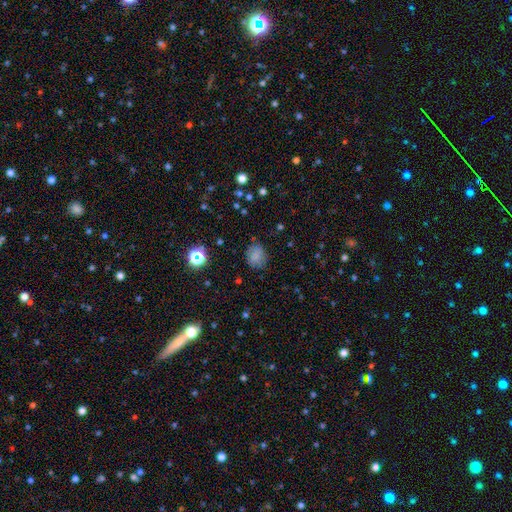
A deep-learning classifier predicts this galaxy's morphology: smooth-or-featured: smooth: 76% | star or artifact: 15% | featured or disk: 9%
  how-rounded: round: 66% | in between: 33% | cigar-shaped: 1%
  merging: none: 75% | minor disturbance: 18% | major disturbance: 5% | merger: 2%